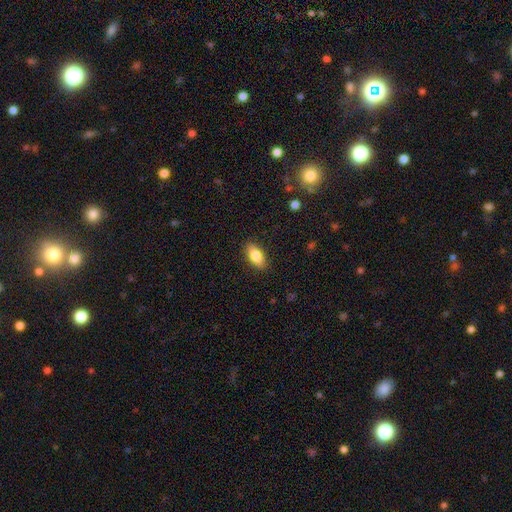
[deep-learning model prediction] smooth-or-featured: smooth: 82% | featured or disk: 11% | star or artifact: 7%
  how-rounded: in between: 88% | cigar-shaped: 8% | round: 4%
  merging: none: 88% | minor disturbance: 9% | major disturbance: 2% | merger: 1%